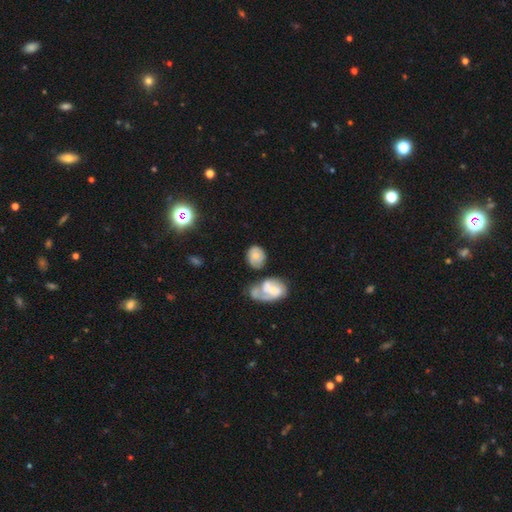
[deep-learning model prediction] Overall: smooth (58%; featured or disk 33%). How rounded: round (53%; in between 45%). Merging: none (48%; merger 27%).